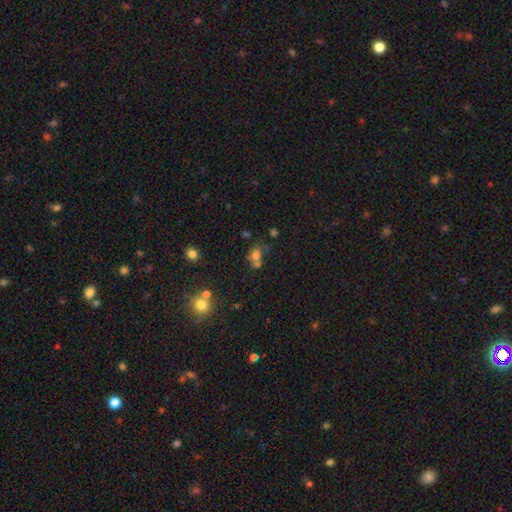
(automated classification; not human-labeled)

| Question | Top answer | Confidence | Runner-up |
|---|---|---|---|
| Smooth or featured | smooth | 68% | star or artifact (18%) |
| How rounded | round | 59% | in between (40%) |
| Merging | merger | 42% | none (38%) |